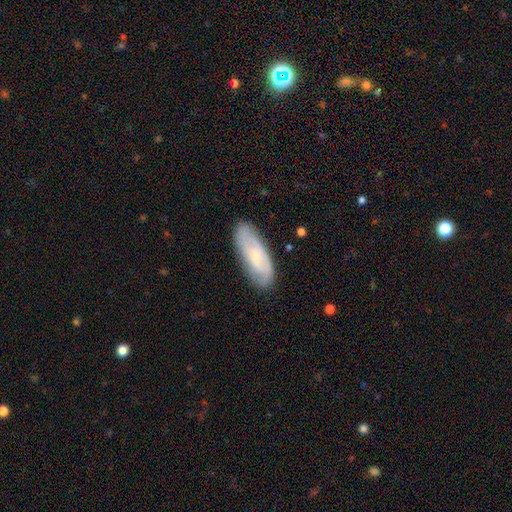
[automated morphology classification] A smooth galaxy with no disk features (49%). Merging: none (81%).